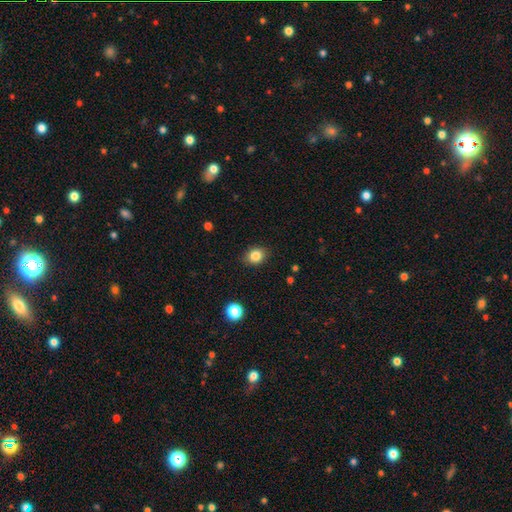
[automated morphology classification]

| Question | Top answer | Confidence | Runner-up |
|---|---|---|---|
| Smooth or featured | smooth | 84% | star or artifact (10%) |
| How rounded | round | 52% | in between (47%) |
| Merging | none | 85% | minor disturbance (11%) |